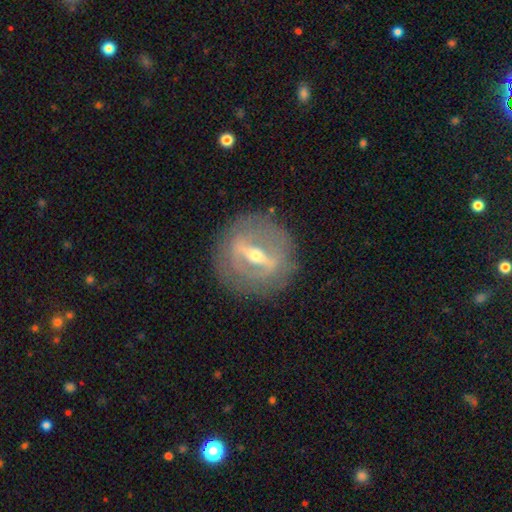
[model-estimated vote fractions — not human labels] Morphology: type=featured or disk (83%); edge-on=no (74%); bar=strong (78%); spiral arms=no (68%); bulge=moderate (57%); merging=none (83%).